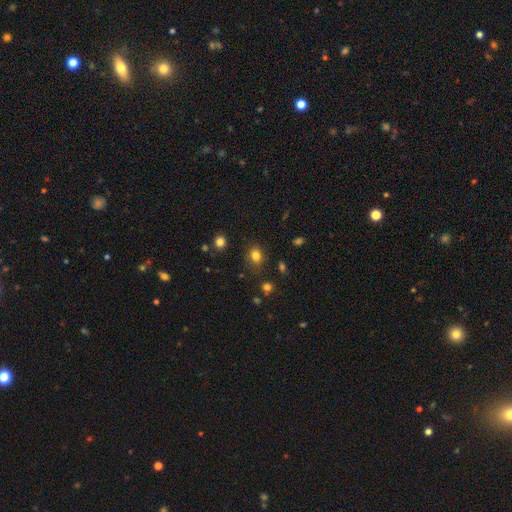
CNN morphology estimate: This is clearly a smooth galaxy (81%). How rounded: possibly round (51%). Merging: clearly none (81%).